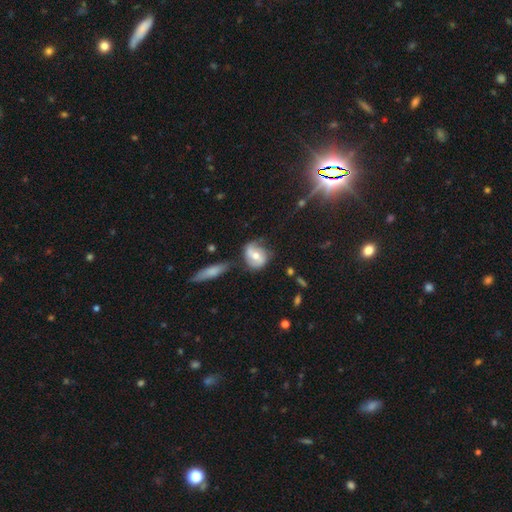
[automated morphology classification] Smooth or featured: featured or disk — 51% (smooth — 41%)
Edge-on disk: no — 93% (yes — 7%)
Merging: none — 58% (minor disturbance — 24%)